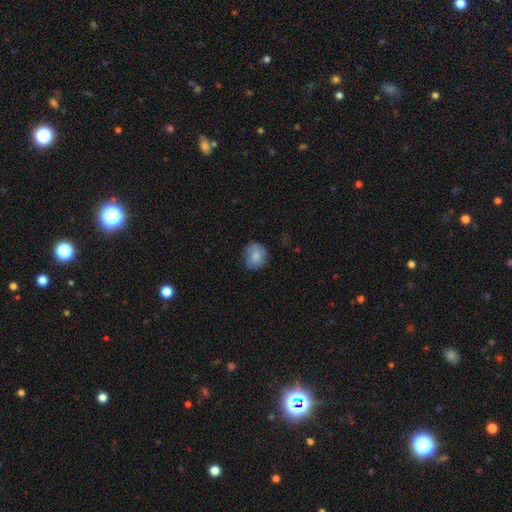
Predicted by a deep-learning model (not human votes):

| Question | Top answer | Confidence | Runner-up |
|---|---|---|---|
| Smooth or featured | smooth | 81% | featured or disk (11%) |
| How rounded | round | 73% | in between (26%) |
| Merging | none | 74% | minor disturbance (20%) |